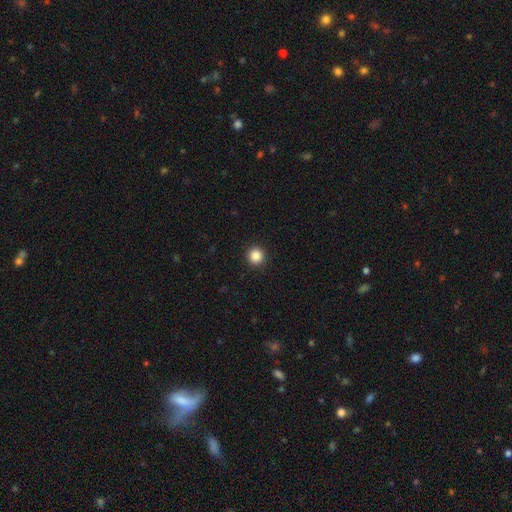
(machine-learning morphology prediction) Smooth or featured? smooth (86%)
How rounded? round (94%)
Merging? none (93%)